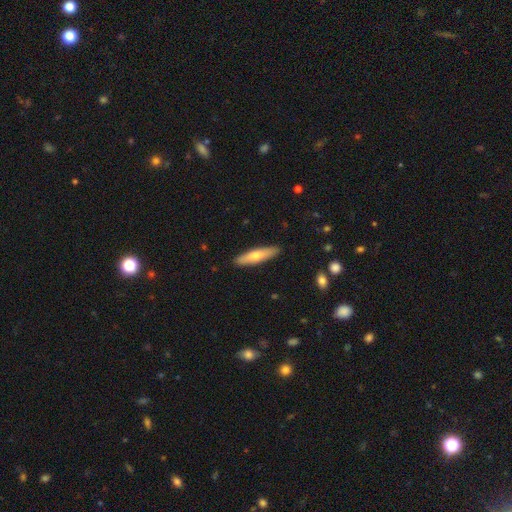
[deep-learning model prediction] The model was most divided on "smooth or featured": smooth: 60%, featured or disk: 35%, star or artifact: 6%. More confident: merging — none (90%); how rounded — cigar-shaped (80%).